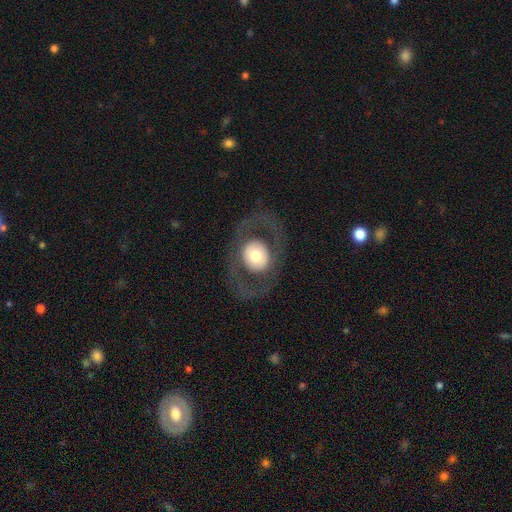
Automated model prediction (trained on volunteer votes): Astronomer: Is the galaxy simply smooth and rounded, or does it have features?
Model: featured or disk — 53% (runner-up: smooth, 40%).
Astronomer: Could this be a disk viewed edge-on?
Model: no — 92%.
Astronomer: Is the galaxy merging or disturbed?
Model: none — 77%.